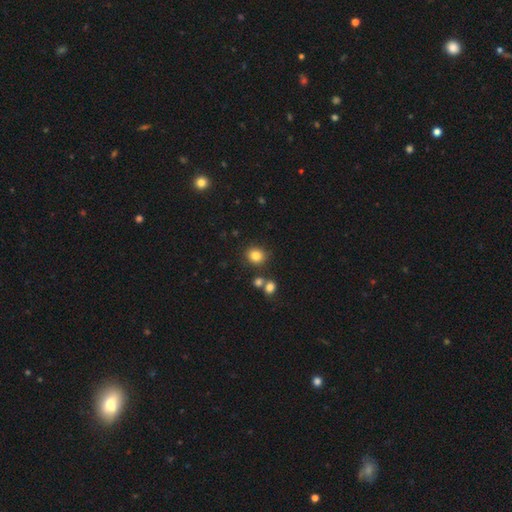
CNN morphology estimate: smooth-or-featured: smooth: 82% | star or artifact: 12% | featured or disk: 6%
  how-rounded: round: 78% | in between: 21% | cigar-shaped: 1%
  merging: none: 81% | minor disturbance: 9% | merger: 7% | major disturbance: 3%